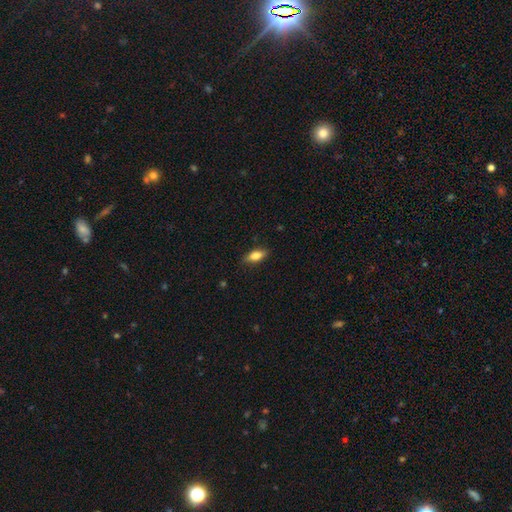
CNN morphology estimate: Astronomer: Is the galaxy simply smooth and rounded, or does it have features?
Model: smooth — 75%.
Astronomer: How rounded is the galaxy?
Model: in between — 76%.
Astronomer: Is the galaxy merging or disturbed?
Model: none — 83%.